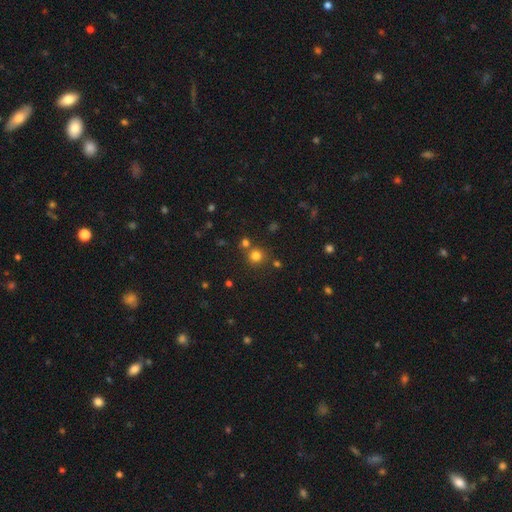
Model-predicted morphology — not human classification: smooth_or_featured: smooth (p=0.77) [alt: star or artifact p=0.18]
how_rounded: round (p=0.92) [alt: in between p=0.07]
merging: none (p=0.76) [alt: merger p=0.14]